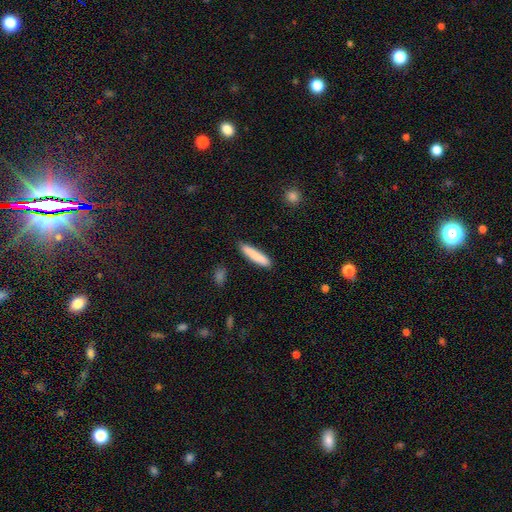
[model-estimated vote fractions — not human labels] Morphology: type=smooth (84%); roundness=cigar-shaped (89%); merging=none (89%).